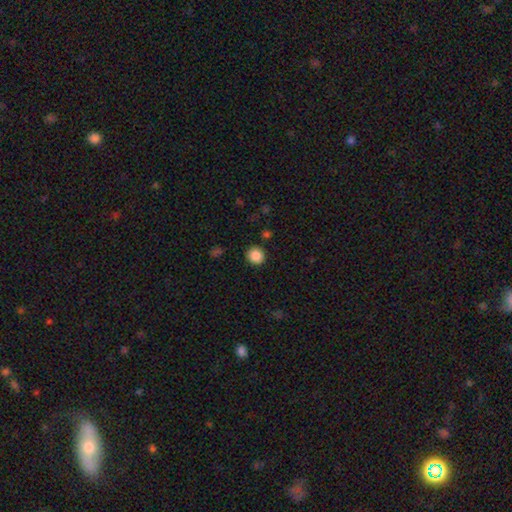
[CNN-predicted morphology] This appears to be a smooth galaxy with no disk features (88%) that is round (92%). Merging: none (90%).